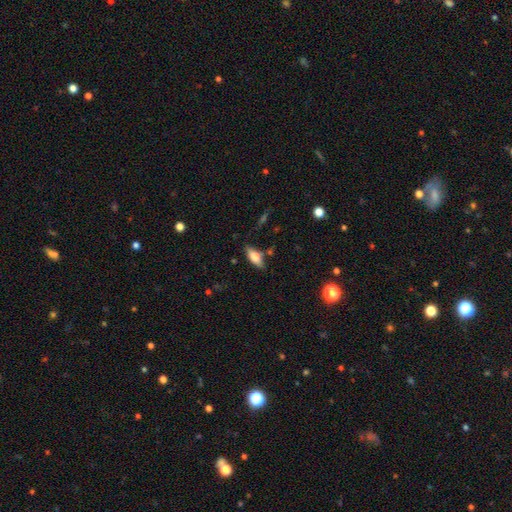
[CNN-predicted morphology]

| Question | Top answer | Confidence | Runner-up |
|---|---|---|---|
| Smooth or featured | smooth | 65% | featured or disk (28%) |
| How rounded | in between | 76% | cigar-shaped (21%) |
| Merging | none | 79% | minor disturbance (14%) |